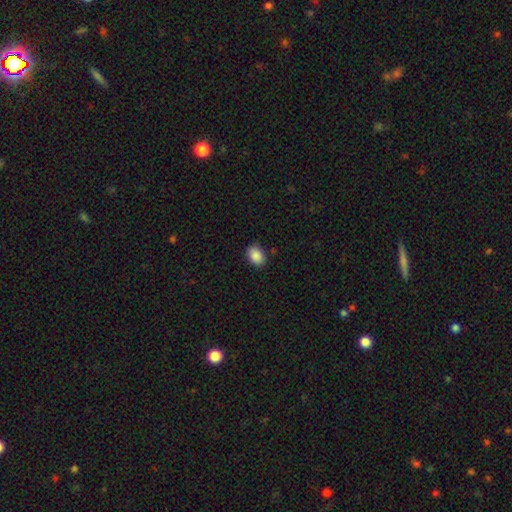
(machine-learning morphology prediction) The model was most divided on "how rounded": in between: 74%, round: 25%, cigar-shaped: 1%. More confident: smooth or featured — smooth (89%); merging — none (86%).